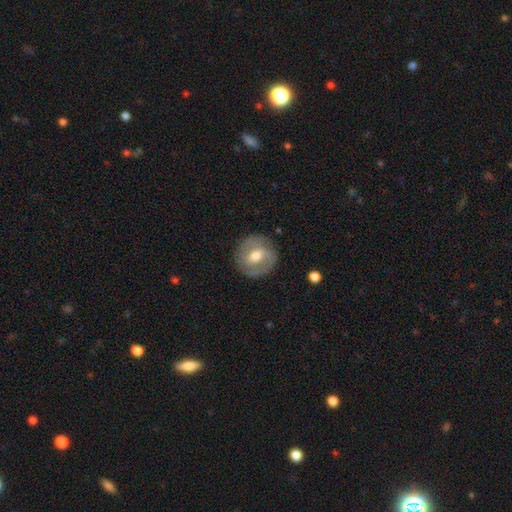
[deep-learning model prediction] This is possibly a featured or disk galaxy (59%). It is clearly not viewed edge-on (96%). Bar: possibly weak (49%). Spiral arm pattern: likely yes (68%). Central bulge: likely moderate (73%). Merging: clearly none (84%).